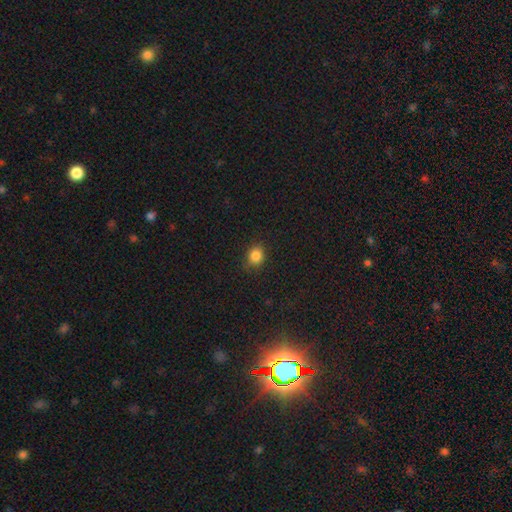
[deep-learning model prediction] Smooth or featured: smooth — 85% (star or artifact — 11%)
How rounded: round — 73% (in between — 26%)
Merging: none — 84% (minor disturbance — 12%)